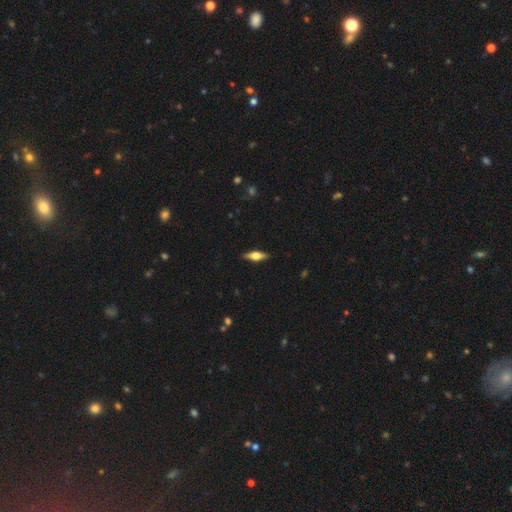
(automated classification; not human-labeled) This appears to be a featured or disk galaxy (61%) viewed edge-on (96%) with a rounded central bulge (91%). Merging: none (89%).